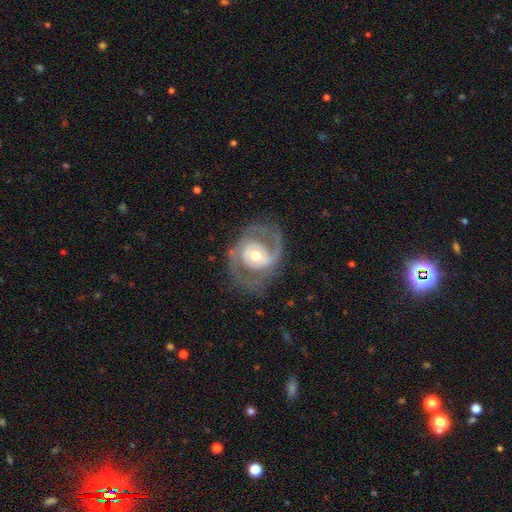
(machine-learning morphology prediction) smooth-or-featured: featured or disk: 85% | smooth: 10% | star or artifact: 5%
  disk-edge-on: no: 97% | yes: 3%
    bar: no: 56% | weak: 32% | strong: 12%
    has-spiral-arms: yes: 89% | no: 11%
      spiral-winding: medium: 49% | tight: 33% | loose: 19%
      spiral-arm-count: 2: 81% | can't tell: 8% | 1: 5% | 3: 4% | 4: 1% | more than 4: 1%
    bulge-size: moderate: 70% | small: 17% | large: 11% | dominant: 1% | none: 1%
  merging: none: 69% | minor disturbance: 16% | major disturbance: 14% | merger: 1%